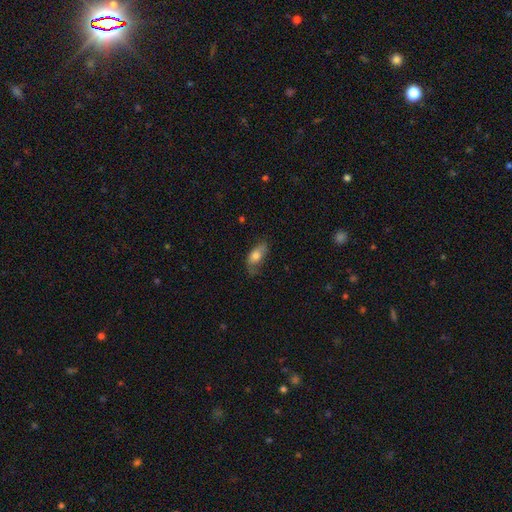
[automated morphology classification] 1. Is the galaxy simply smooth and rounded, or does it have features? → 71% smooth, 22% featured or disk, 7% star or artifact.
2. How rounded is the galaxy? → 83% in between, 12% cigar-shaped, 4% round.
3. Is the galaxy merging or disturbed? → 54% none, 31% minor disturbance, 13% major disturbance, 2% merger.